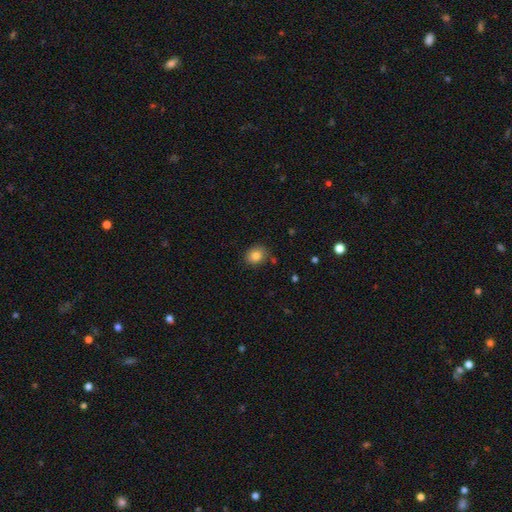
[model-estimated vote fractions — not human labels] smooth_or_featured: smooth (p=0.84) [alt: star or artifact p=0.10]
how_rounded: round (p=0.55) [alt: in between p=0.44]
merging: none (p=0.83) [alt: minor disturbance p=0.12]